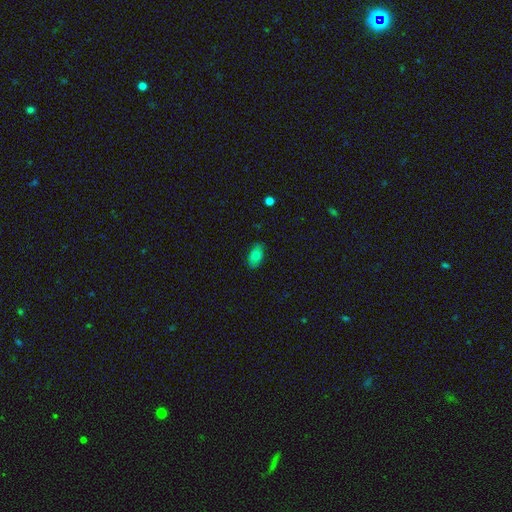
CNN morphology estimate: type=smooth (83%); roundness=in between (93%); merging=none (84%).